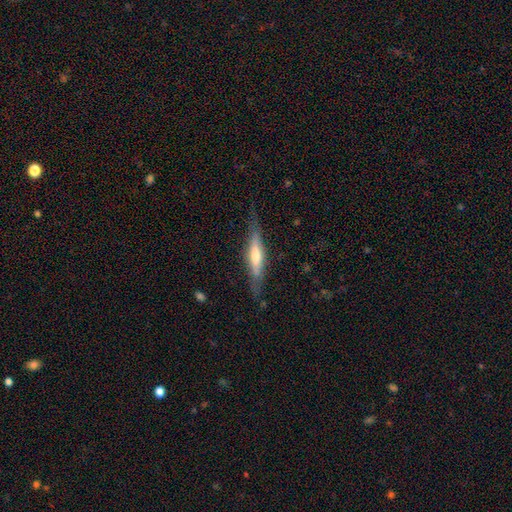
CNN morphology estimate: smooth-or-featured: featured or disk: 58% | smooth: 36% | star or artifact: 6%
  disk-edge-on: yes: 93% | no: 7%
    edge-on-bulge: rounded: 61% | boxy: 20% | none: 19%
  merging: none: 79% | minor disturbance: 15% | major disturbance: 4% | merger: 1%